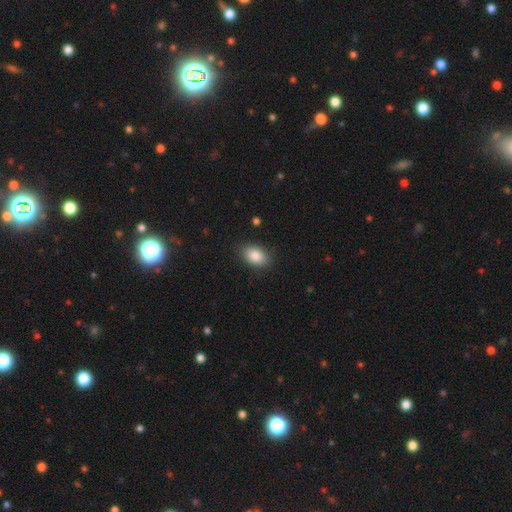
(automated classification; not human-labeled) Overall: smooth (87%). How rounded: in between (88%). Merging: none (86%).